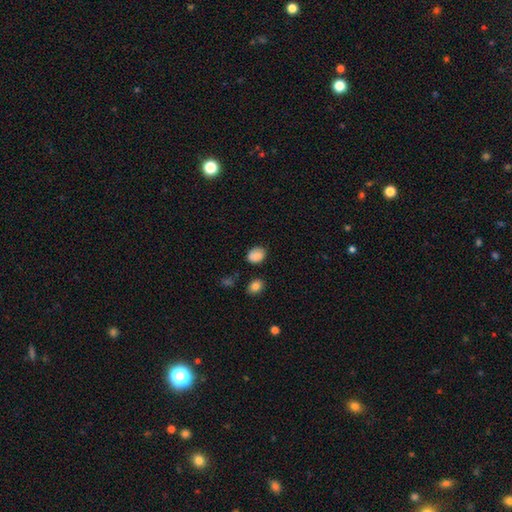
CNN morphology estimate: smooth_or_featured: smooth (p=0.85) [alt: star or artifact p=0.09]
how_rounded: in between (p=0.60) [alt: round p=0.39]
merging: none (p=0.80) [alt: minor disturbance p=0.14]